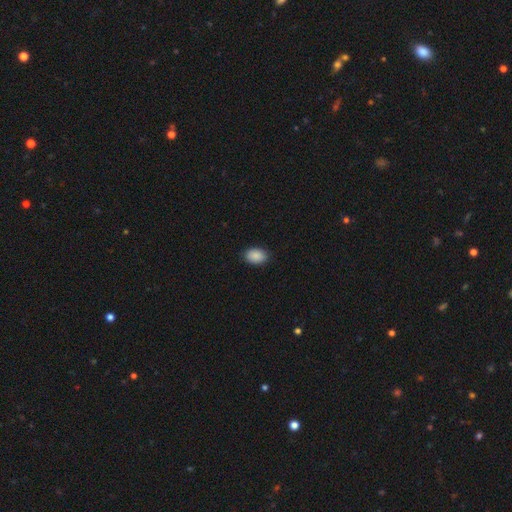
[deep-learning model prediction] A smooth galaxy with no disk features (90%) that is in between round and cigar-shaped (87%).

Vote fractions:
- Smooth or featured? smooth: 90% / star or artifact: 7% / featured or disk: 3%
- How rounded? in between: 87% / round: 12% / cigar-shaped: 1%
- Merging? none: 87% / minor disturbance: 10% / major disturbance: 2% / merger: 1%